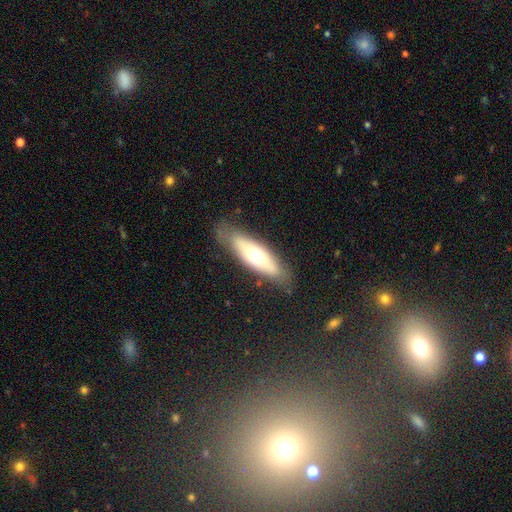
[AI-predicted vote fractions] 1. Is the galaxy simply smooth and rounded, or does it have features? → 55% smooth, 39% featured or disk, 6% star or artifact.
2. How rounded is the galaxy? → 49% in between, 48% cigar-shaped, 2% round.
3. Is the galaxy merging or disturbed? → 76% none, 17% minor disturbance, 5% major disturbance, 2% merger.